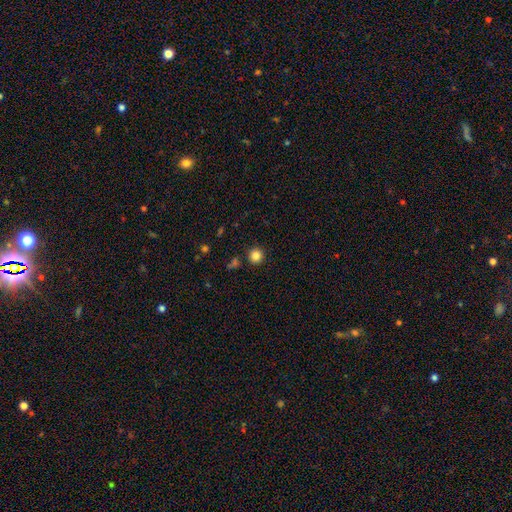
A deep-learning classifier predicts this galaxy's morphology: A smooth galaxy with no disk features (85%) that is round (94%). Merging: none (89%).